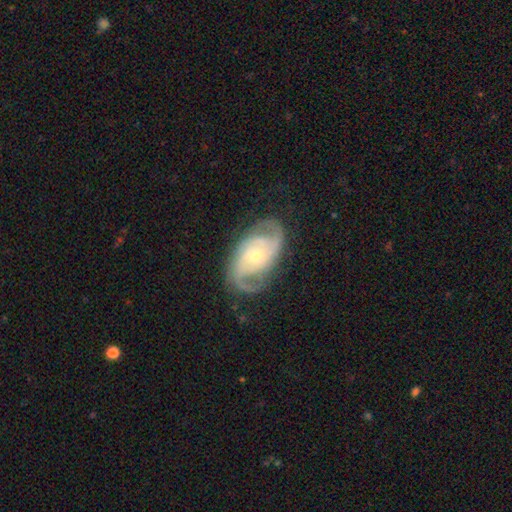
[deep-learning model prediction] Morphology: type=featured or disk (89%); edge-on=no (96%); bar=no (63%); spiral arms=yes (97%); winding=medium (49%); arm count=2 (77%); bulge=moderate (49%); merging=none (76%).